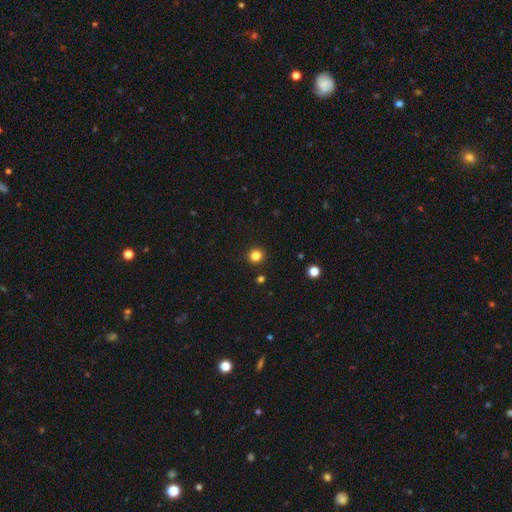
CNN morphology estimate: smooth 83%, star or artifact 13%, featured or disk 5%. Down the decision tree: how rounded — round (93%); merging — none (92%).